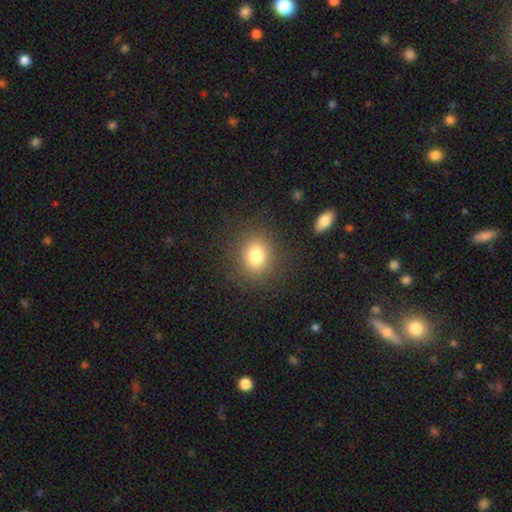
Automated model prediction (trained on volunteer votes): Smooth or featured? Predicted: smooth (p=0.79). How rounded? Predicted: round (p=0.72). Merging? Predicted: none (p=0.87).